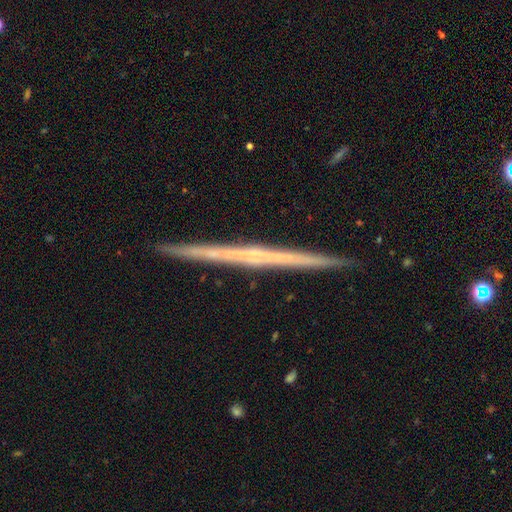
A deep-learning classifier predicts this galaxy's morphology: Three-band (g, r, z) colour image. It shows a featured or disk galaxy (71%) viewed edge-on (98%) with no central bulge (83%). Merging: none (92%).